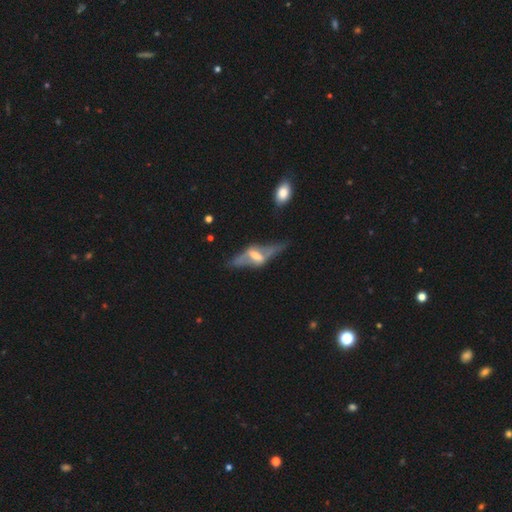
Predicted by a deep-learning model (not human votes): smooth-or-featured: featured or disk: 76% | smooth: 17% | star or artifact: 7%
  disk-edge-on: yes: 63% | no: 37%
  merging: none: 49% | major disturbance: 25% | minor disturbance: 21% | merger: 6%